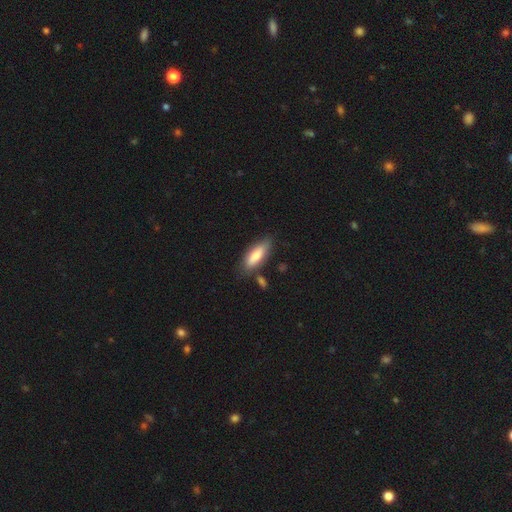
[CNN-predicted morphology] smooth 76%, featured or disk 18%, star or artifact 6%. Down the decision tree: how rounded — in between (61%); merging — none (73%).